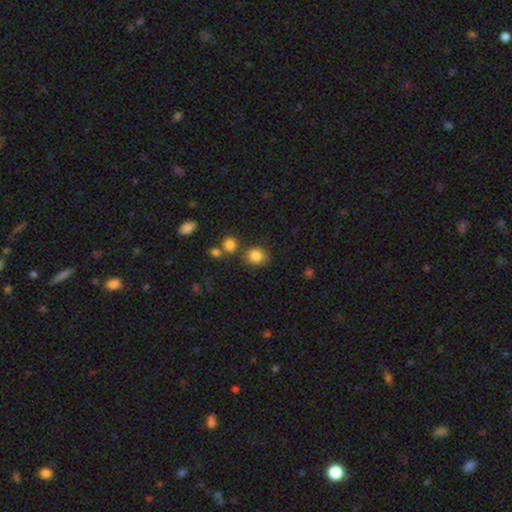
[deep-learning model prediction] Smooth or featured? smooth (84%)
How rounded? round (59%)
Merging? none (71%)